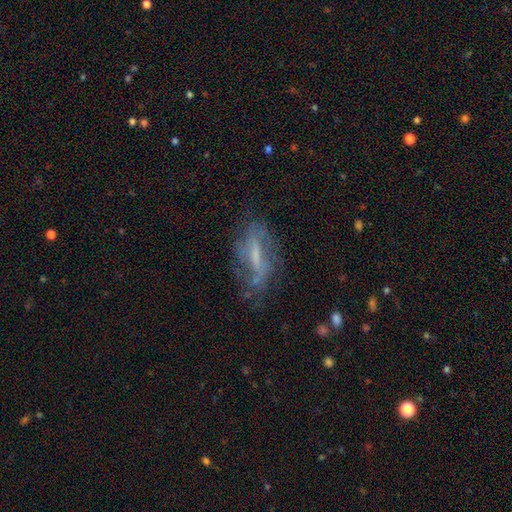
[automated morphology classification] featured or disk 60%, smooth 29%, star or artifact 11%. Down the decision tree: edge-on disk — no (77%); merging — none (59%).